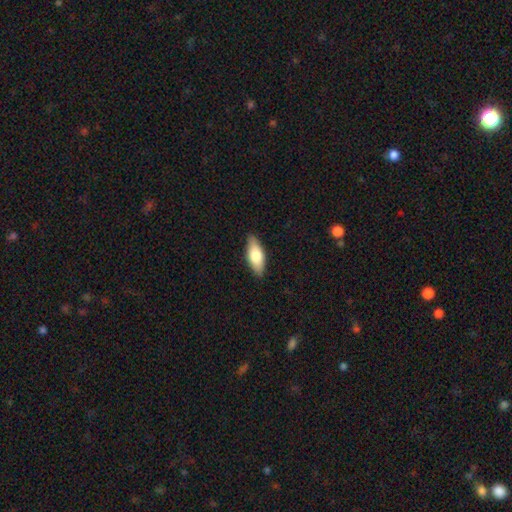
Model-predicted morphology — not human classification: A smooth galaxy with no disk features (72%) that is in between round and cigar-shaped (78%).

Vote fractions:
- Smooth or featured? smooth: 72% / featured or disk: 23% / star or artifact: 6%
- How rounded? in between: 78% / cigar-shaped: 19% / round: 2%
- Merging? none: 87% / minor disturbance: 10% / major disturbance: 2% / merger: 1%